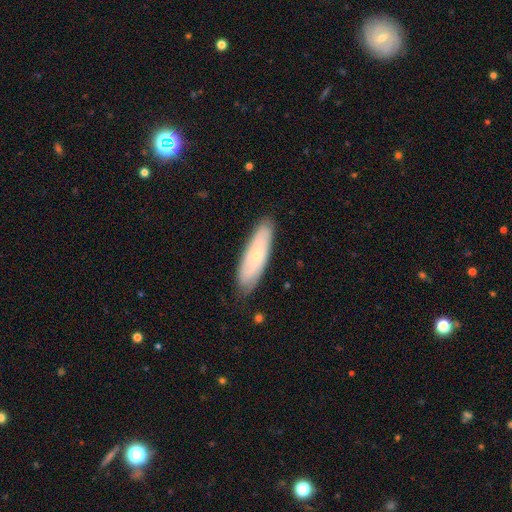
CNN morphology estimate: Smooth or featured: smooth — 49% (featured or disk — 44%)
Merging: none — 82% (minor disturbance — 15%)